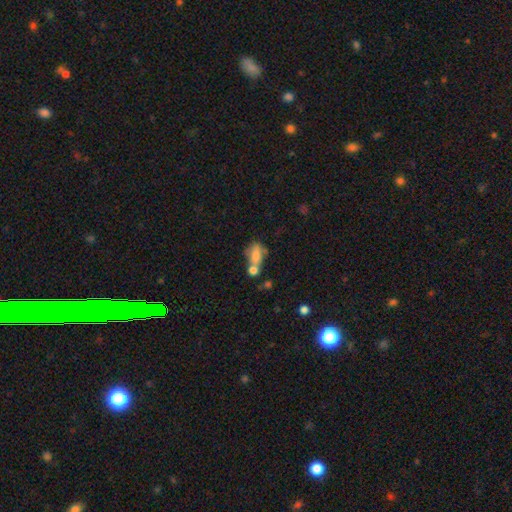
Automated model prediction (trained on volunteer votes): Q: Smooth or featured?
A: smooth (69%); runner-up: featured or disk (20%)
Q: How rounded?
A: in between (81%); runner-up: round (13%)
Q: Merging?
A: merger (48%); runner-up: none (26%)